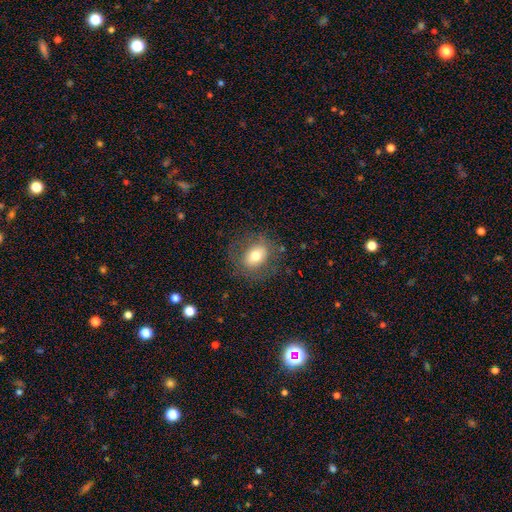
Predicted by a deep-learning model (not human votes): smooth-or-featured: smooth: 67% | featured or disk: 24% | star or artifact: 9%
  how-rounded: in between: 52% | round: 47% | cigar-shaped: 1%
  merging: none: 77% | minor disturbance: 14% | major disturbance: 8% | merger: 1%